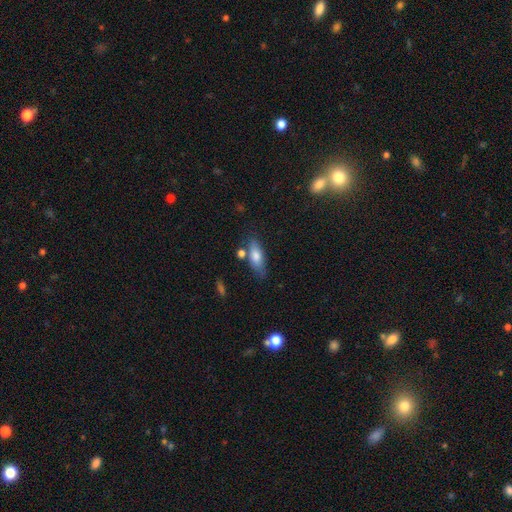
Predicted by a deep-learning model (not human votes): The model was most divided on "how rounded": in between: 71%, cigar-shaped: 26%, round: 3%. More confident: smooth or featured — smooth (75%); merging — none (68%).